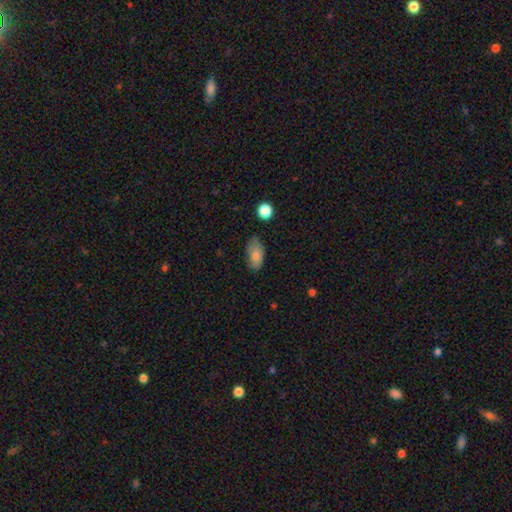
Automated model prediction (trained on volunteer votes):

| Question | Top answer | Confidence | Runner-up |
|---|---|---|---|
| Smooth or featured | smooth | 78% | featured or disk (14%) |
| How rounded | in between | 91% | round (6%) |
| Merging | none | 69% | minor disturbance (25%) |